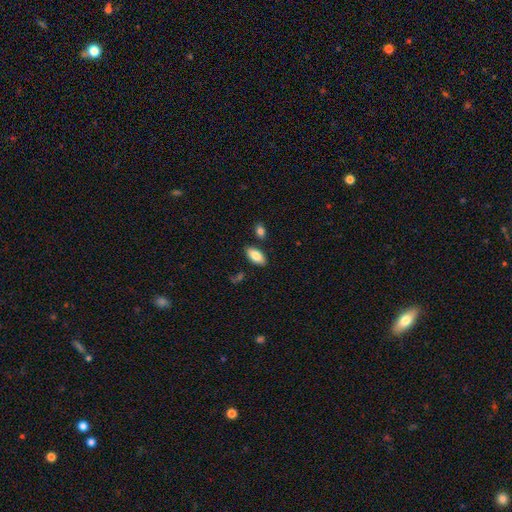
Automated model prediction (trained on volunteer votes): smooth_or_featured: smooth (p=0.83) [alt: featured or disk p=0.10]
how_rounded: in between (p=0.92) [alt: cigar-shaped p=0.06]
merging: none (p=0.83) [alt: minor disturbance p=0.10]